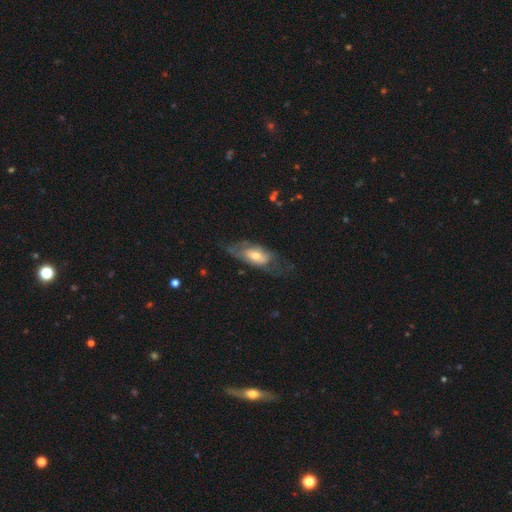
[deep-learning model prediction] Q: Smooth or featured?
A: featured or disk (48%); runner-up: smooth (46%)
Q: Merging?
A: none (51%); runner-up: minor disturbance (26%)